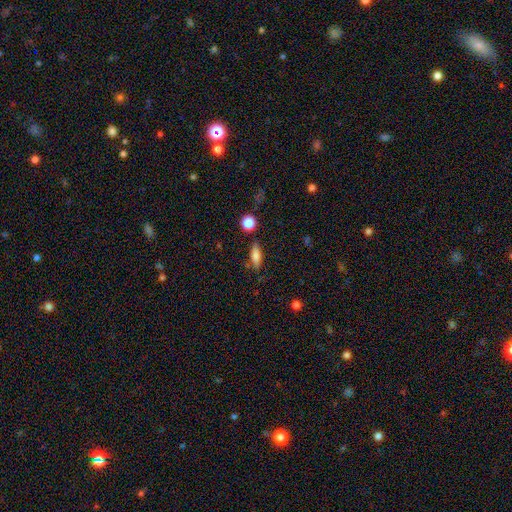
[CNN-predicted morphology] This is likely a smooth galaxy (71%). How rounded: possibly in between (54%). Merging: likely none (80%).